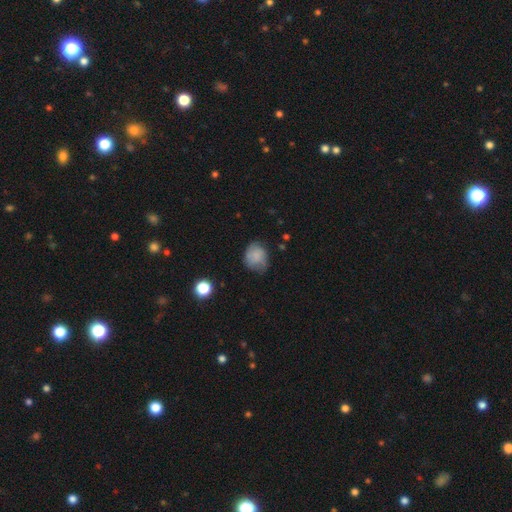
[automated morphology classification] A smooth galaxy with no disk features (73%) that is round (61%). Merging: none (56%).